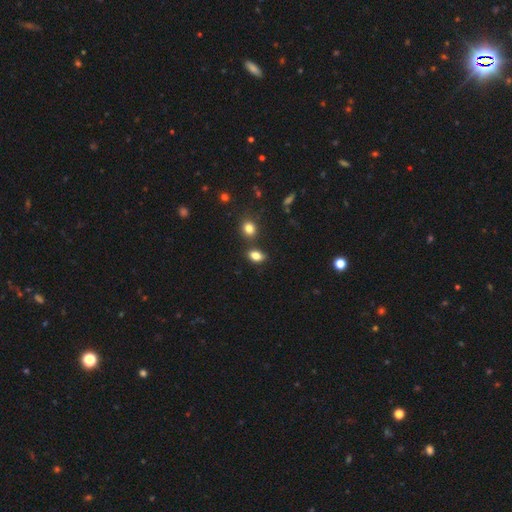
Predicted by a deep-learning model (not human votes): This appears to be a smooth galaxy with no disk features (82%) that is in between round and cigar-shaped (83%). Merging: none (71%).